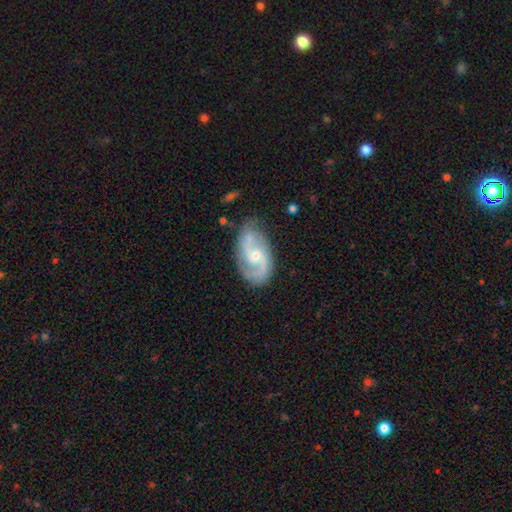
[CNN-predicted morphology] featured or disk 87%, smooth 8%, star or artifact 5%. Down the decision tree: edge-on disk — no (97%); bar — no (46%); spiral arms — yes (96%); spiral arm count — 2 (87%); spiral winding — medium (52%); bulge size — moderate (49%); merging — none (74%).